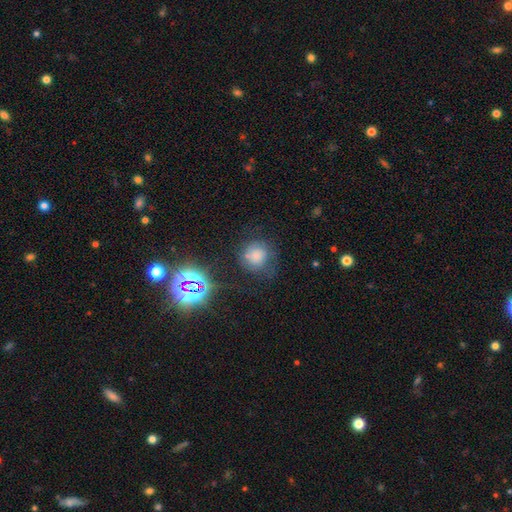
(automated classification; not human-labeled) A smooth galaxy with no disk features (70%) that is round (85%).

Vote fractions:
- Smooth or featured? smooth: 70% / star or artifact: 18% / featured or disk: 12%
- How rounded? round: 85% / in between: 14% / cigar-shaped: 1%
- Merging? none: 59% / minor disturbance: 22% / major disturbance: 14% / merger: 6%